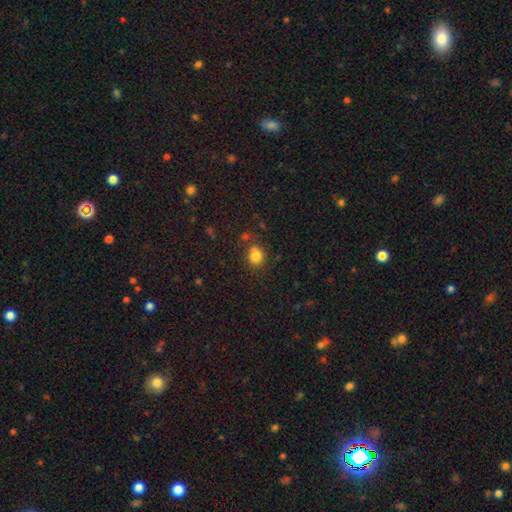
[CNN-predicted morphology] A smooth galaxy with no disk features (82%) that is round (66%). Merging: none (70%).